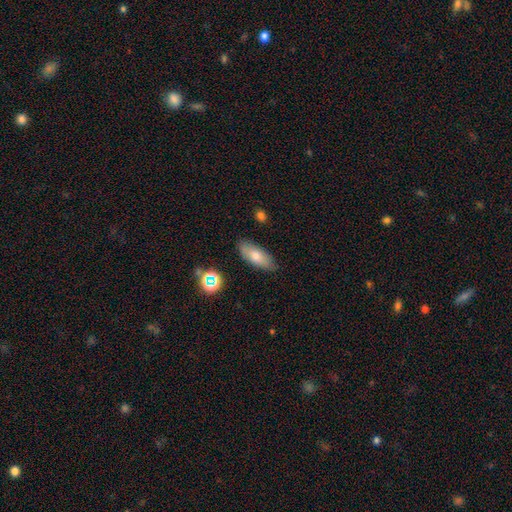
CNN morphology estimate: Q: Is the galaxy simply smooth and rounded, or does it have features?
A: smooth — 70%.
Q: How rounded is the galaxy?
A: in between — 77%.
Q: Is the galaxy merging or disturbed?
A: none — 83%.